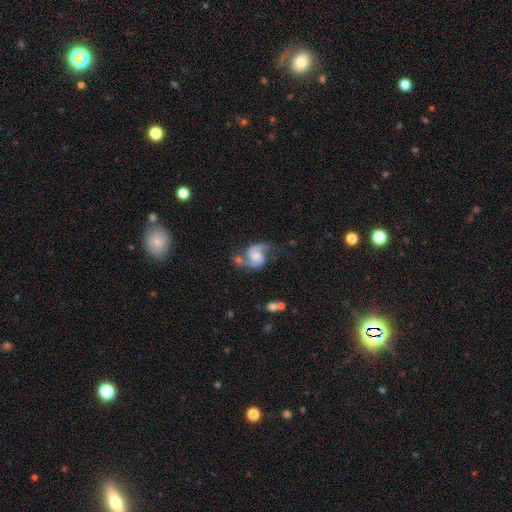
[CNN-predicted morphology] smooth_or_featured: featured or disk (p=0.89) [alt: smooth p=0.06]
disk_edge_on: no (p=0.98) [alt: yes p=0.02]
bar: no (p=0.55) [alt: weak p=0.37]
has_spiral_arms: yes (p=0.98) [alt: no p=0.02]
spiral_winding: medium (p=0.54) [alt: loose p=0.30]
spiral_arm_count: 2 (p=0.93) [alt: can't tell p=0.02]
bulge_size: moderate (p=0.44) [alt: small p=0.32]
merging: none (p=0.60) [alt: minor disturbance p=0.19]